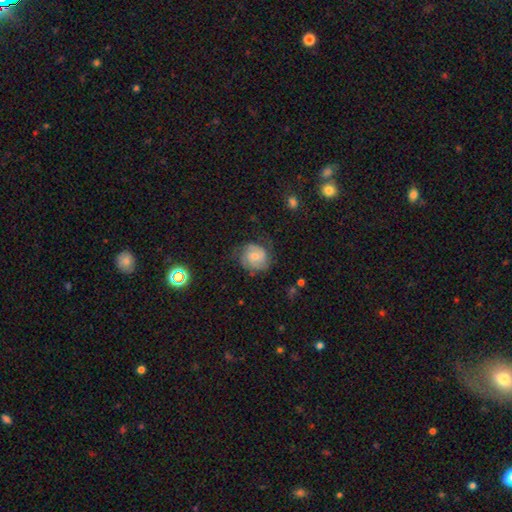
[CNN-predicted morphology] type=featured or disk (66%); edge-on=no (98%); bar=no (52%); spiral arms=yes (91%); winding=tight (49%); arm count=2 (59%); bulge=small (55%); merging=none (67%).